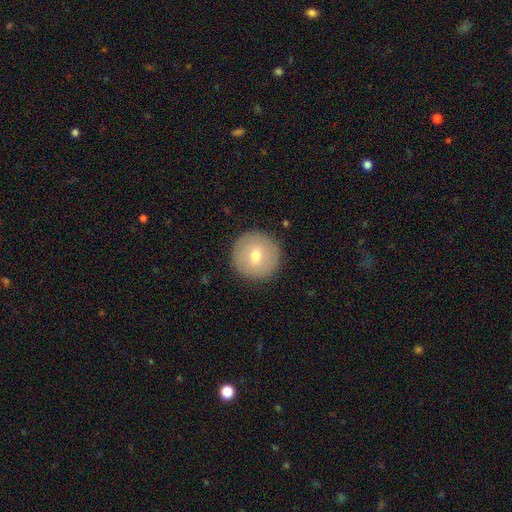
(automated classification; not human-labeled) Smooth or featured? Predicted: smooth (p=0.69). How rounded? Predicted: round (p=0.96). Merging? Predicted: none (p=0.91).